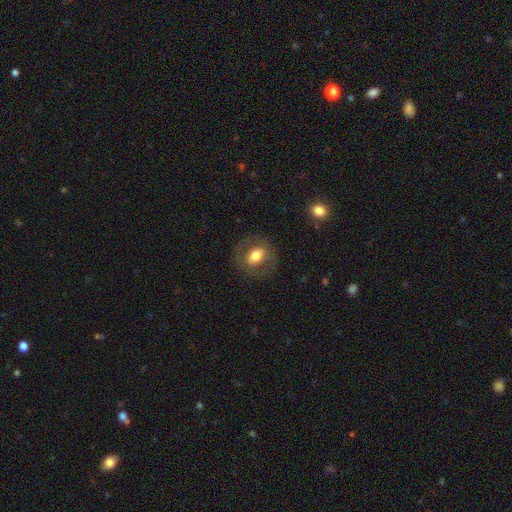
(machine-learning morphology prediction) Smooth or featured? Predicted: smooth (p=0.61). How rounded? Predicted: round (p=0.50). Merging? Predicted: none (p=0.80).